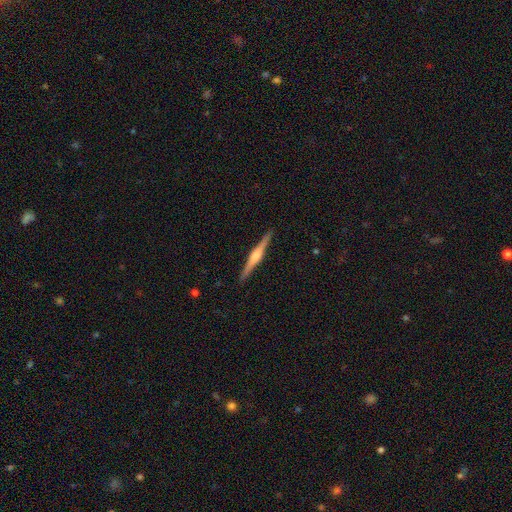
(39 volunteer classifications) featured or disk 72%, smooth 23%, star or artifact 5%. Down the decision tree: edge-on disk — yes (100%); edge-on bulge — rounded (75%); merging — none (97%).